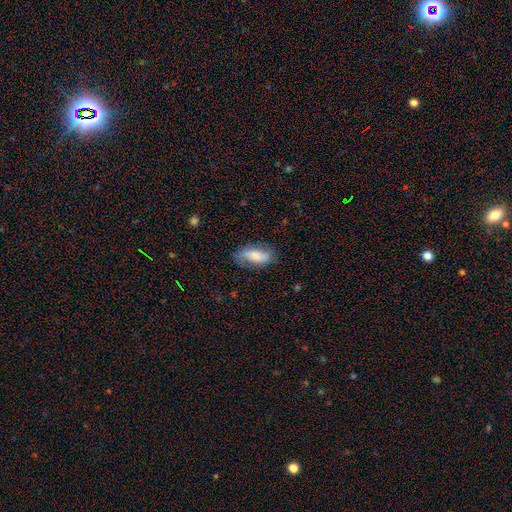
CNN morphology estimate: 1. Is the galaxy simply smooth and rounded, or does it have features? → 63% smooth, 30% featured or disk, 7% star or artifact.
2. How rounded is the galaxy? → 84% in between, 13% cigar-shaped, 3% round.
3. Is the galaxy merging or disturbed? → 71% none, 21% minor disturbance, 7% major disturbance, 2% merger.